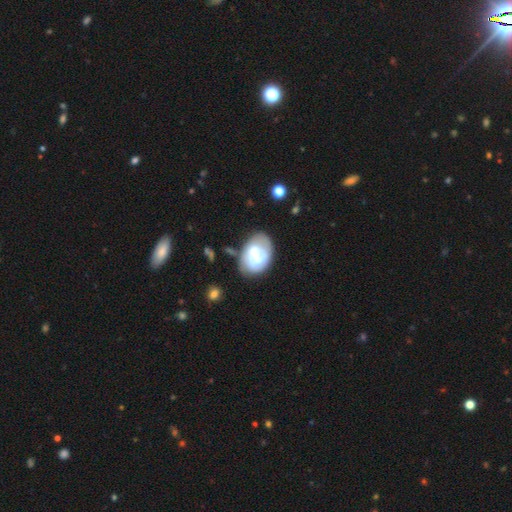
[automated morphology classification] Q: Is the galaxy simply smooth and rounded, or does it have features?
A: featured or disk — 48%.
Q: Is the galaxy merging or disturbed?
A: none — 55%.